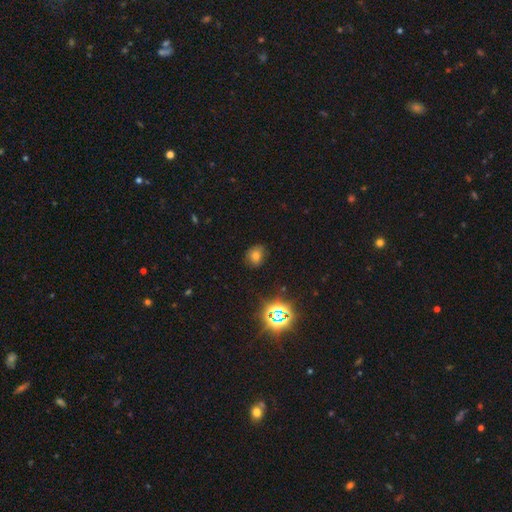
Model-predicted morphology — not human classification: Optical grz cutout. It shows a smooth galaxy with no disk features (67%) that is round (59%). Merging: none (80%).